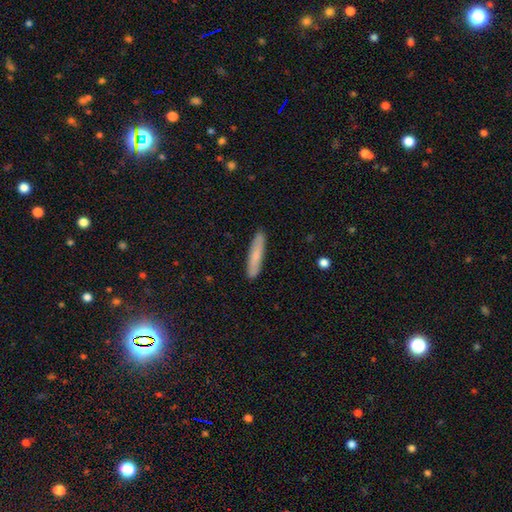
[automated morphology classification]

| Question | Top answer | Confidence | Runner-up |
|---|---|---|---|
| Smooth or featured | smooth | 76% | featured or disk (18%) |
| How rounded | cigar-shaped | 89% | in between (10%) |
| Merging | none | 89% | minor disturbance (8%) |